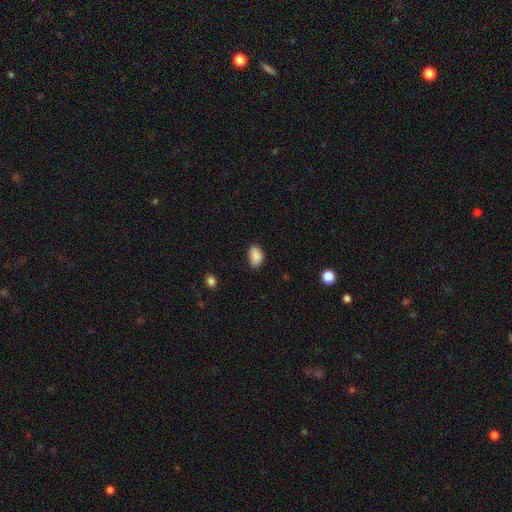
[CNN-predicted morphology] The model was most divided on "merging": none: 73%, minor disturbance: 22%, major disturbance: 4%, merger: 1%. More confident: how rounded — in between (90%); smooth or featured — smooth (87%).